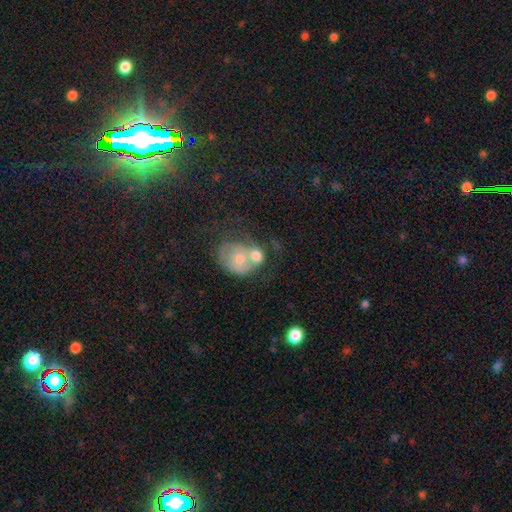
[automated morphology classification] Q: Smooth or featured?
A: smooth (47%); runner-up: featured or disk (46%)
Q: Merging?
A: merger (63%); runner-up: none (17%)